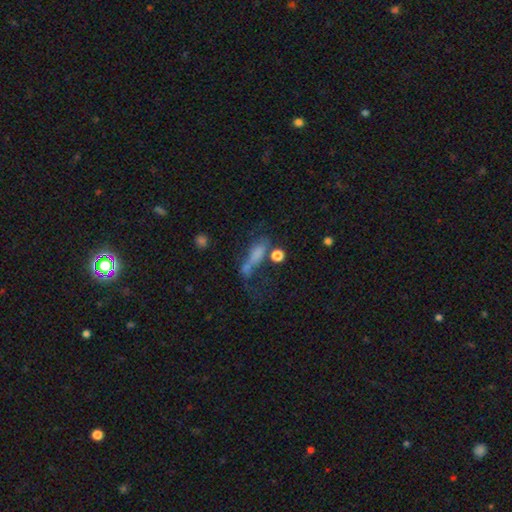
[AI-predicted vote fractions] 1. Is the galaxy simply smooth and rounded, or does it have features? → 54% smooth, 27% featured or disk, 19% star or artifact.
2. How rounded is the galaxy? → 49% in between, 42% cigar-shaped, 9% round.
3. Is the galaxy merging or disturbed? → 35% major disturbance, 27% none, 22% merger, 16% minor disturbance.